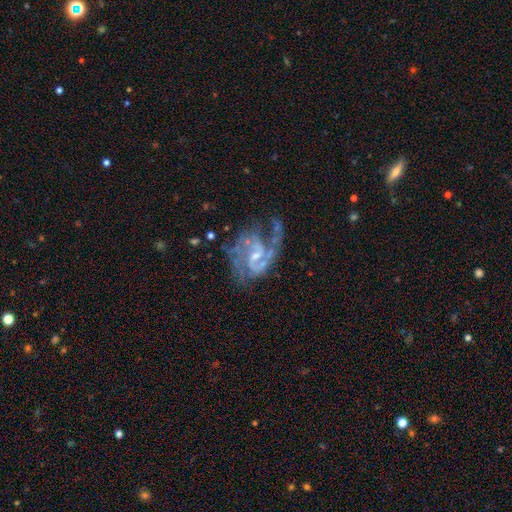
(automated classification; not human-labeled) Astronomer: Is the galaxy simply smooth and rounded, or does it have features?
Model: featured or disk — 88%.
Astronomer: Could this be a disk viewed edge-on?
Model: no — 98%.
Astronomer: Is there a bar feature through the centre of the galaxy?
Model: weak — 55% (runner-up: no, 31%).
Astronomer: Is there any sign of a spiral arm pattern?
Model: yes — 95%.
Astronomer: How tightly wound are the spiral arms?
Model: medium — 52%.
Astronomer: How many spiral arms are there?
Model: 2 — 66%.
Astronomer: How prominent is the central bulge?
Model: small — 56% (runner-up: moderate, 34%).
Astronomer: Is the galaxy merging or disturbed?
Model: none — 48% (runner-up: major disturbance, 26%).